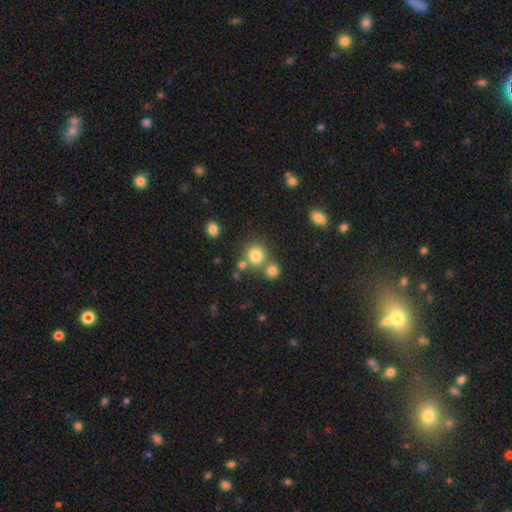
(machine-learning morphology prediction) The model was most divided on "merging": none: 62%, merger: 26%, minor disturbance: 9%, major disturbance: 4%. More confident: how rounded — round (87%); smooth or featured — smooth (80%).